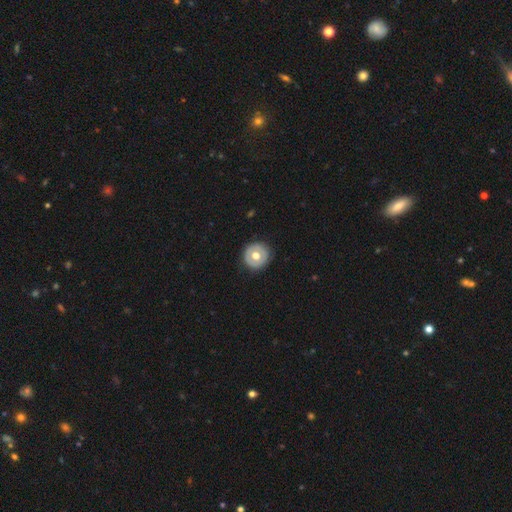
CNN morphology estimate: Smooth or featured? smooth (51%)
How rounded? round (94%)
Merging? none (89%)